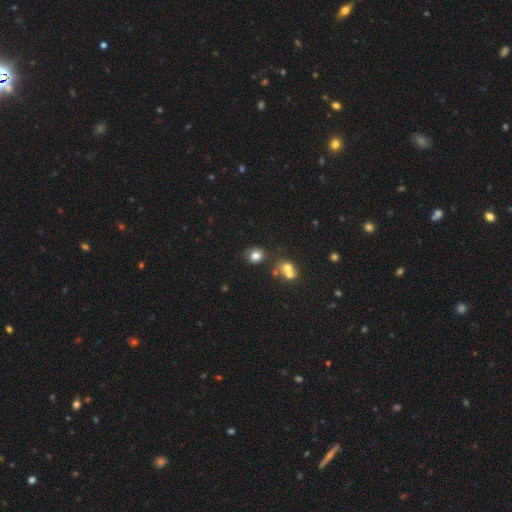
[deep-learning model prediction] smooth-or-featured: smooth: 78% | star or artifact: 12% | featured or disk: 11%
  how-rounded: round: 63% | in between: 36% | cigar-shaped: 1%
  merging: none: 59% | minor disturbance: 20% | merger: 14% | major disturbance: 7%